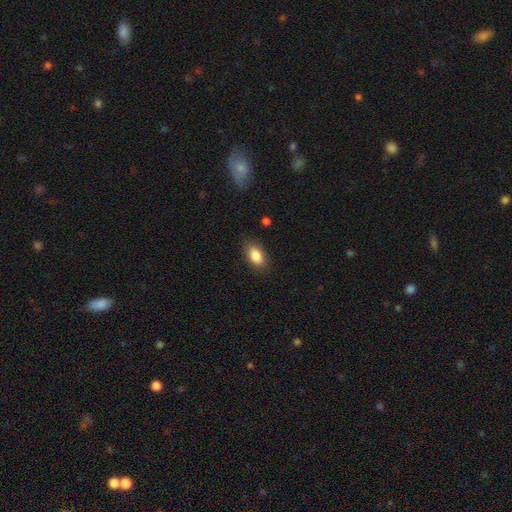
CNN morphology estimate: type=smooth (85%); roundness=in between (90%); merging=none (85%).